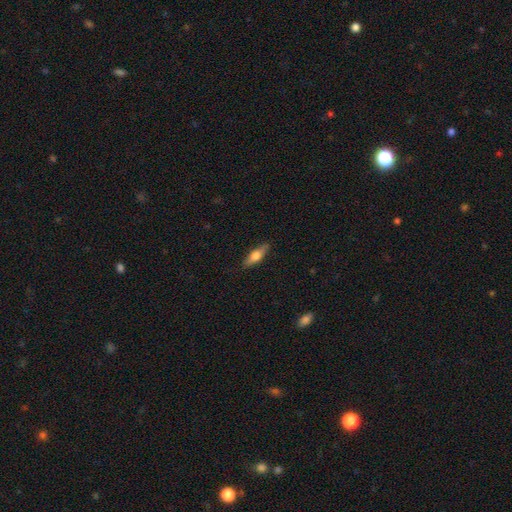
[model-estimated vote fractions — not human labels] This is possibly a smooth galaxy (53%). How rounded: possibly cigar-shaped (57%). Merging: clearly none (86%).